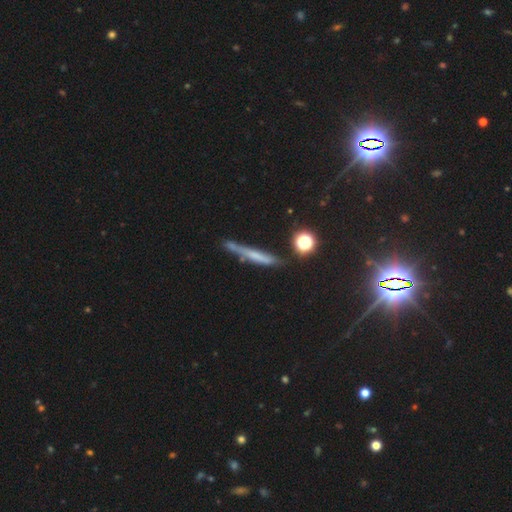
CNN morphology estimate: Overall: smooth (43%; featured or disk 41%). Merging: none (65%).